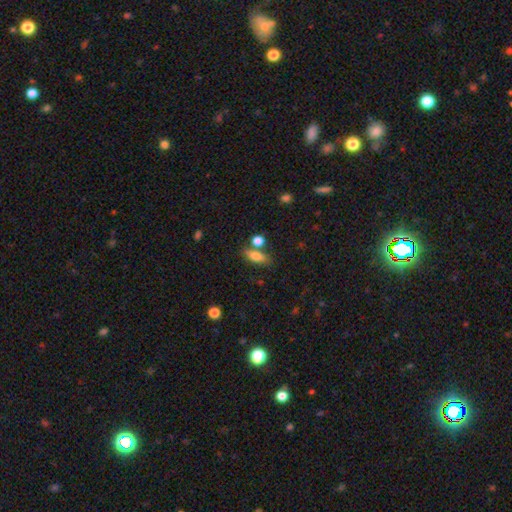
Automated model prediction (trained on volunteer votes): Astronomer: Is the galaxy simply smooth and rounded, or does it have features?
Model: smooth — 80%.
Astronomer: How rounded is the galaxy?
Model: in between — 70%.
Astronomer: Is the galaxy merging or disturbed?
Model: none — 68%.